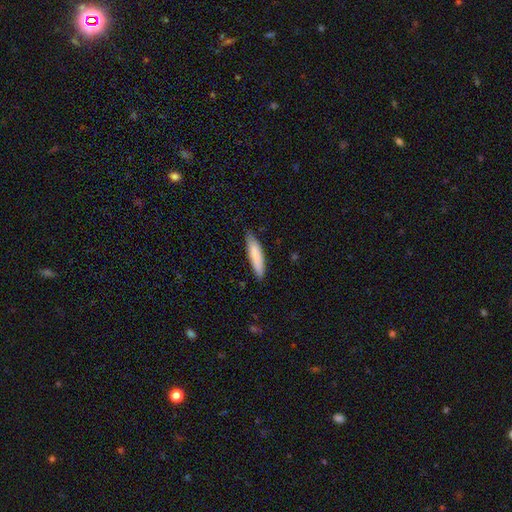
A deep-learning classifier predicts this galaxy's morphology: smooth 83%, featured or disk 12%, star or artifact 5%. Down the decision tree: how rounded — cigar-shaped (79%); merging — none (83%).